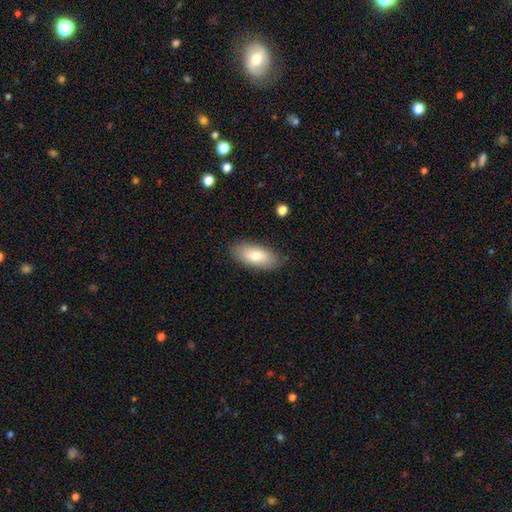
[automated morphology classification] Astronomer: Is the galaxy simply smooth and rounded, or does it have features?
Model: smooth — 77%.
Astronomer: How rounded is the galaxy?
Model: in between — 87%.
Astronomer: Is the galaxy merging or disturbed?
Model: none — 86%.